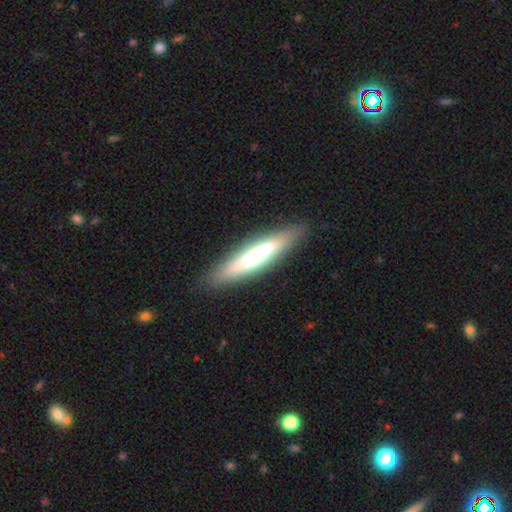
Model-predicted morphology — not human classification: smooth 61%, featured or disk 33%, star or artifact 6%. Down the decision tree: how rounded — cigar-shaped (85%); merging — none (86%).